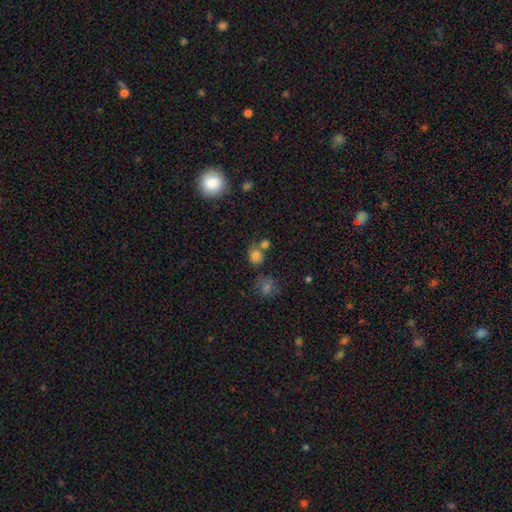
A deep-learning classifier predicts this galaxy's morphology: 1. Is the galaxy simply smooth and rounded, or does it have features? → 77% smooth, 14% star or artifact, 9% featured or disk.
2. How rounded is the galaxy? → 67% round, 31% in between, 1% cigar-shaped.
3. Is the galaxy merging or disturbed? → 52% none, 29% merger, 13% minor disturbance, 5% major disturbance.